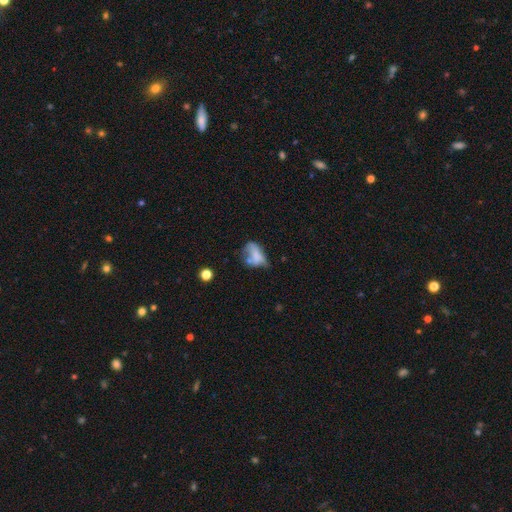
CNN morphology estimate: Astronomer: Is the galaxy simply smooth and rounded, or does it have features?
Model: smooth — 55% (runner-up: featured or disk, 33%).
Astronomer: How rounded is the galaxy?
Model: in between — 80%.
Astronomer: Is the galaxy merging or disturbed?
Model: major disturbance — 31% (runner-up: minor disturbance, 26%).